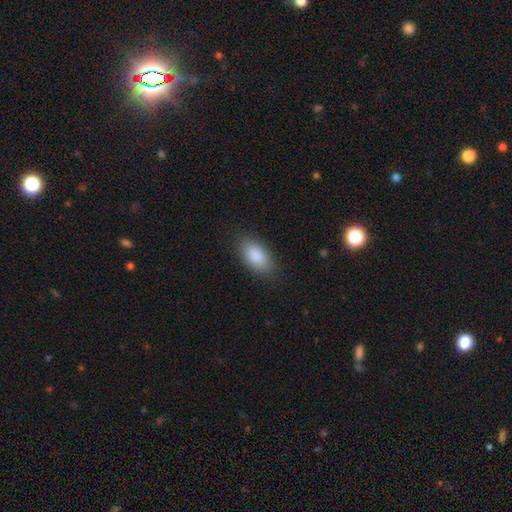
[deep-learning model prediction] Smooth or featured? Predicted: smooth (p=0.88). How rounded? Predicted: in between (p=0.93). Merging? Predicted: none (p=0.85).